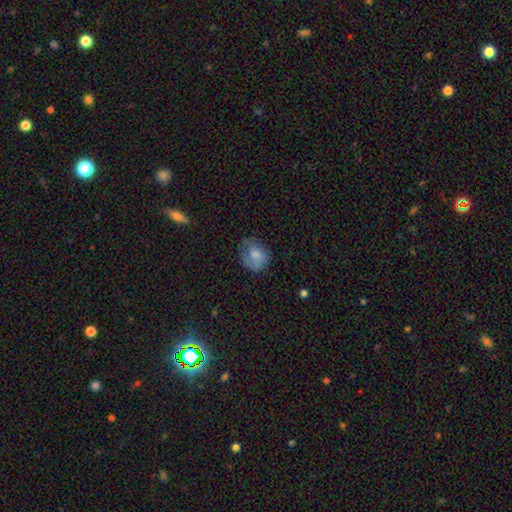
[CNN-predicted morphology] smooth 75%, featured or disk 17%, star or artifact 8%. Down the decision tree: how rounded — round (60%); merging — none (59%).